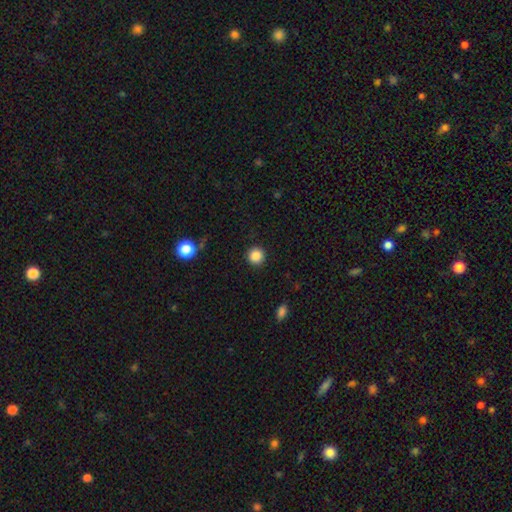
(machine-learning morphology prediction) smooth_or_featured: smooth (p=0.86) [alt: star or artifact p=0.11]
how_rounded: round (p=0.95) [alt: in between p=0.04]
merging: none (p=0.92) [alt: minor disturbance p=0.05]